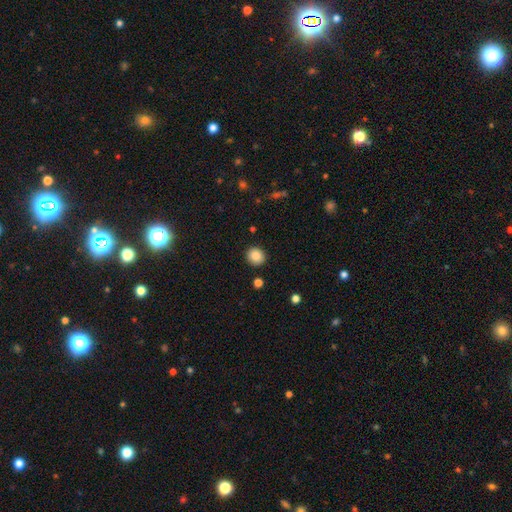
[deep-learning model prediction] This appears to be a smooth galaxy with no disk features (88%) that is round (87%). Merging: none (91%).